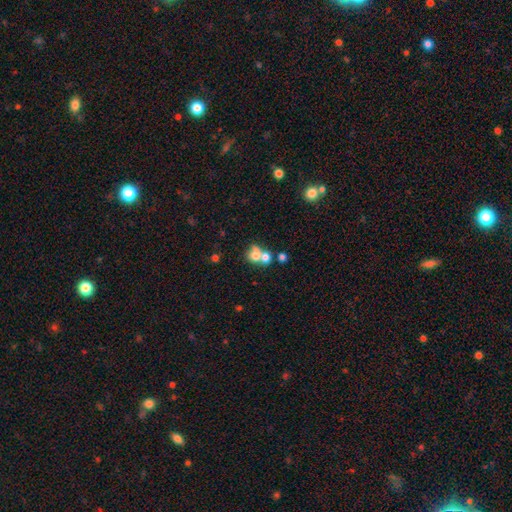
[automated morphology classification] A smooth galaxy with no disk features (68%) that is round (61%).

Vote fractions:
- Smooth or featured? smooth: 68% / featured or disk: 20% / star or artifact: 12%
- How rounded? round: 61% / in between: 38% / cigar-shaped: 1%
- Merging? merger: 62% / none: 23% / minor disturbance: 8% / major disturbance: 7%